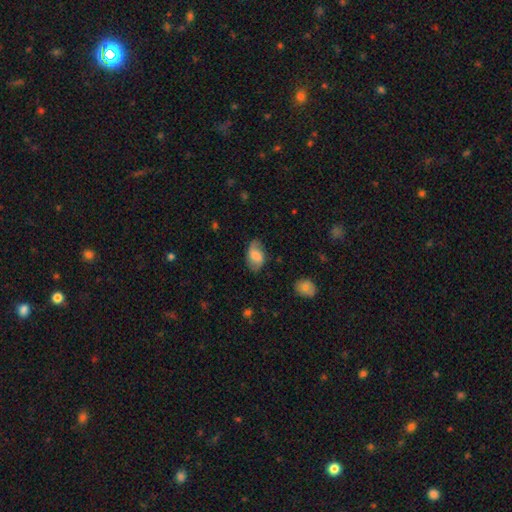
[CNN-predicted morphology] Smooth or featured? Predicted: smooth (p=0.55). How rounded? Predicted: in between (p=0.90). Merging? Predicted: none (p=0.67).